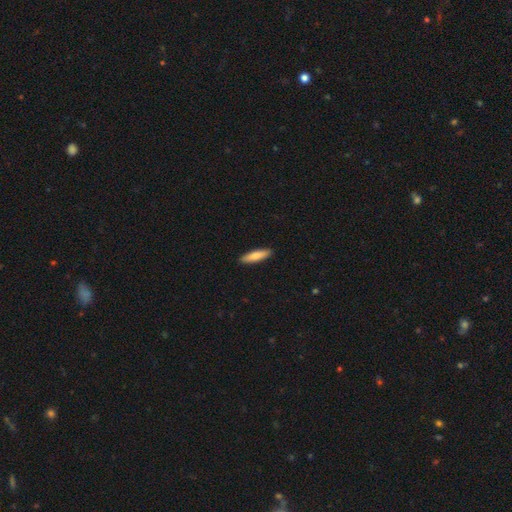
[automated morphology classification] A smooth galaxy with no disk features (80%) that is cigar-shaped (70%).

Vote fractions:
- Smooth or featured? smooth: 80% / featured or disk: 14% / star or artifact: 5%
- How rounded? cigar-shaped: 70% / in between: 28% / round: 2%
- Merging? none: 91% / minor disturbance: 7% / major disturbance: 1% / merger: 1%